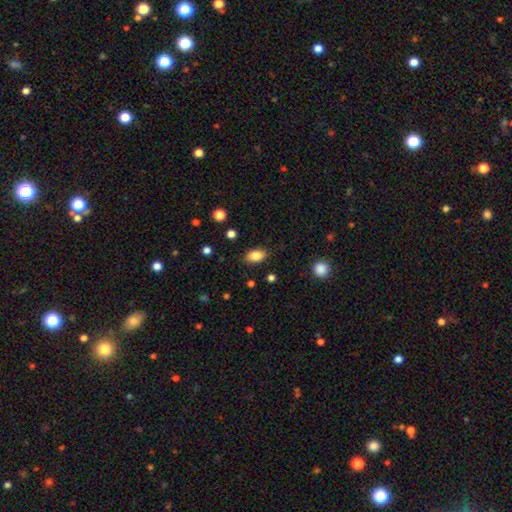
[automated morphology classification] Smooth or featured? Predicted: smooth (p=0.85). How rounded? Predicted: in between (p=0.86). Merging? Predicted: none (p=0.84).